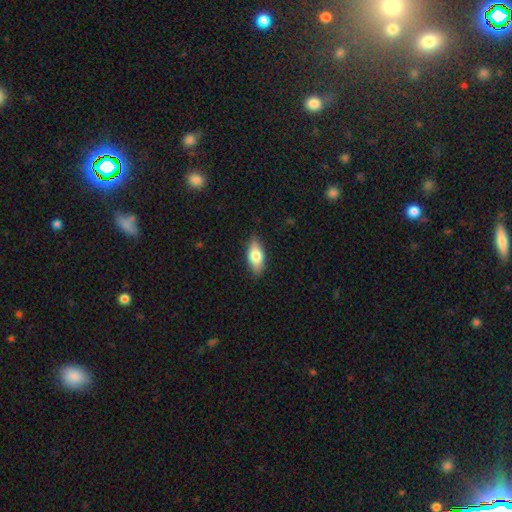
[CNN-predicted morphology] Smooth or featured? Predicted: smooth (p=0.74). How rounded? Predicted: in between (p=0.83). Merging? Predicted: none (p=0.86).